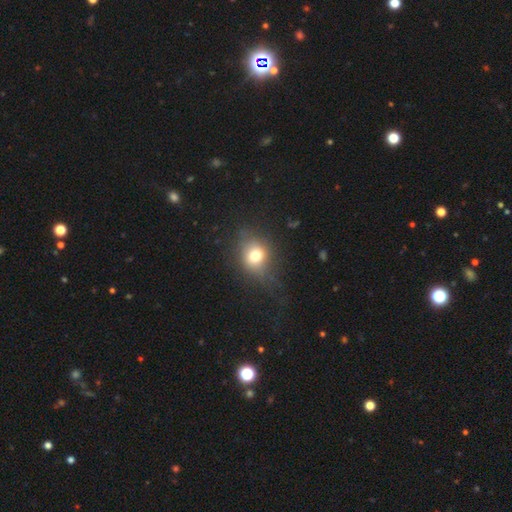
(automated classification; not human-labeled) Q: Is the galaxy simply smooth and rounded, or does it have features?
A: smooth — 70%.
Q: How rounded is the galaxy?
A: round — 60%.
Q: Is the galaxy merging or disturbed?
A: none — 66%.